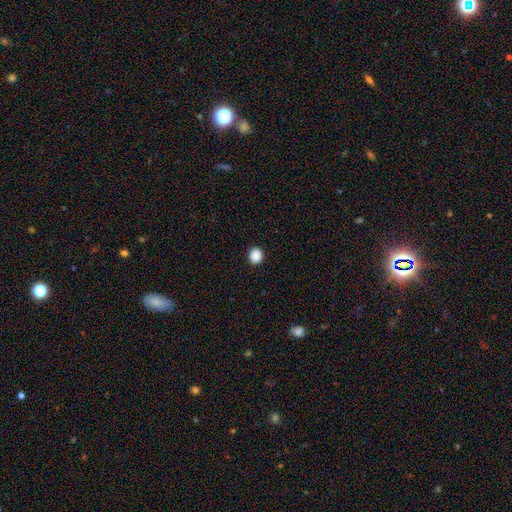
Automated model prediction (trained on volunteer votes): A smooth galaxy with no disk features (89%) that is round (79%).

Vote fractions:
- Smooth or featured? smooth: 89% / star or artifact: 9% / featured or disk: 2%
- How rounded? round: 79% / in between: 20% / cigar-shaped: 1%
- Merging? none: 92% / minor disturbance: 5% / major disturbance: 2% / merger: 1%